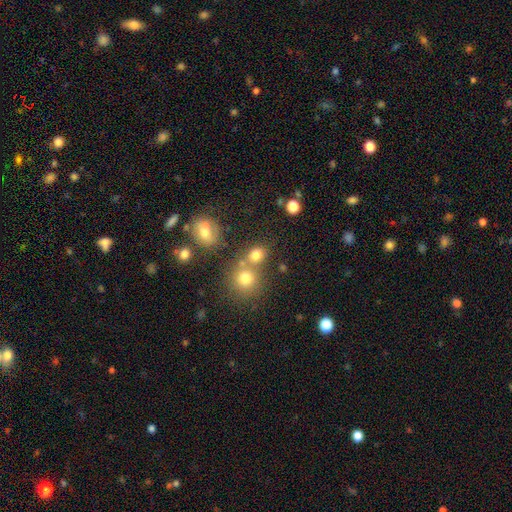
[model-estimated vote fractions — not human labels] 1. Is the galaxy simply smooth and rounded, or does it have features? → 57% smooth, 30% star or artifact, 13% featured or disk.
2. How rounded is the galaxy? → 82% round, 17% in between, 2% cigar-shaped.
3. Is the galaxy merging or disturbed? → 58% none, 29% merger, 9% minor disturbance, 4% major disturbance.